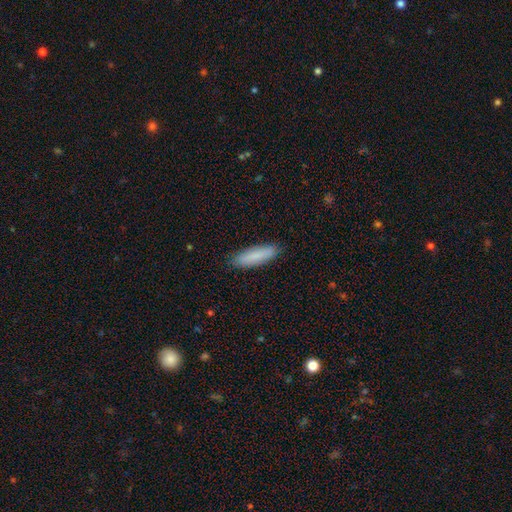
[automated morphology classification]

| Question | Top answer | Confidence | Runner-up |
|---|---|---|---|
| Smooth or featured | smooth | 83% | featured or disk (11%) |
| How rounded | cigar-shaped | 61% | in between (38%) |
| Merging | none | 88% | minor disturbance (9%) |